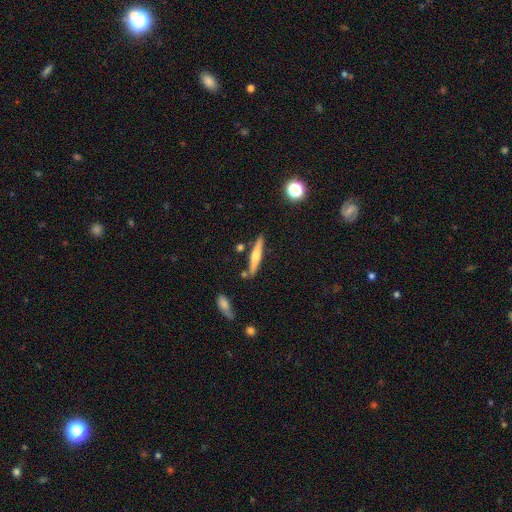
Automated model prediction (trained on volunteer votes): Smooth or featured: featured or disk — 51% (smooth — 43%)
Edge-on disk: yes — 96% (no — 4%)
Merging: none — 81% (minor disturbance — 11%)